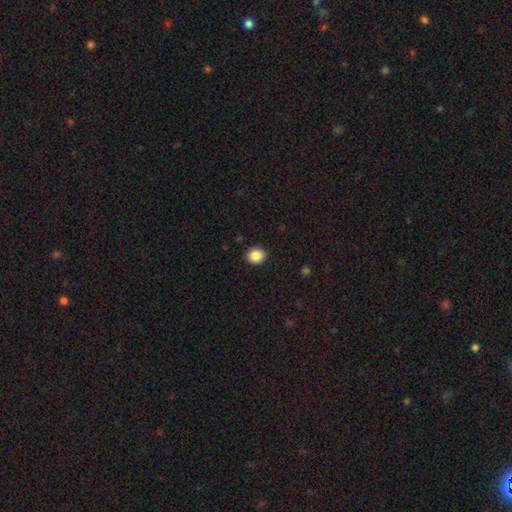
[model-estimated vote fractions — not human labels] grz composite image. It shows a smooth galaxy with no disk features (87%) that is round (67%). Merging: none (91%).